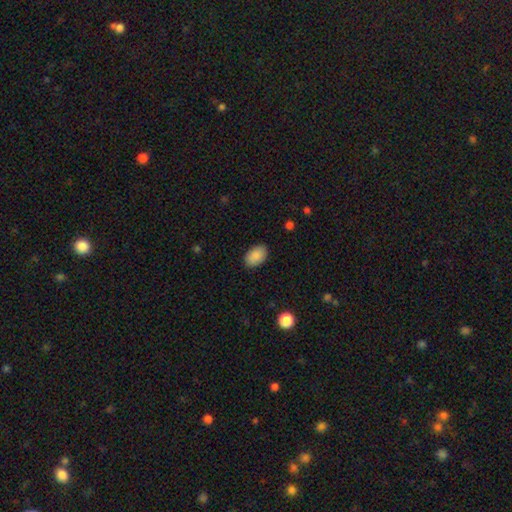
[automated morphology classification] A smooth galaxy with no disk features (88%) that is in between round and cigar-shaped (90%). Merging: none (88%).